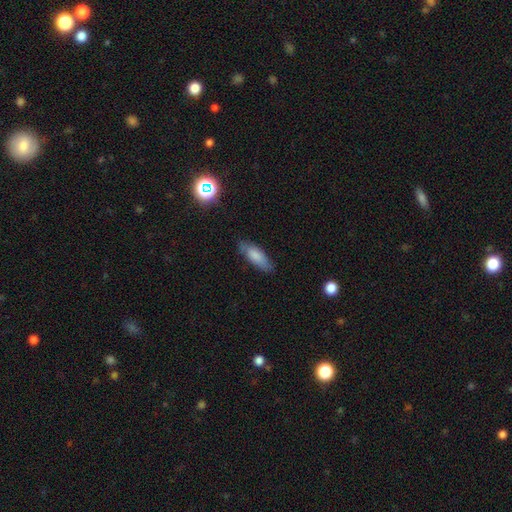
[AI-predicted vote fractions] Smooth or featured? Predicted: smooth (p=0.79). How rounded? Predicted: in between (p=0.67). Merging? Predicted: none (p=0.72).